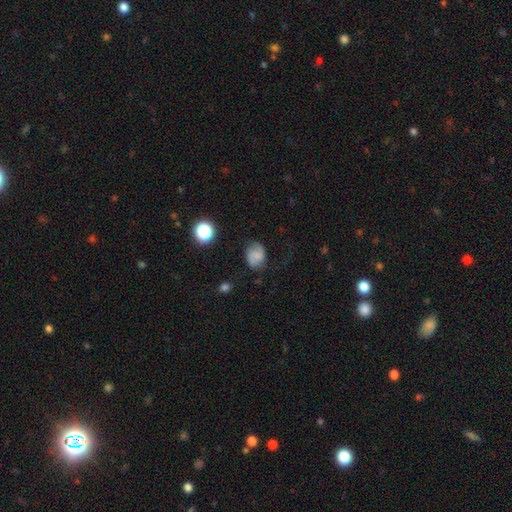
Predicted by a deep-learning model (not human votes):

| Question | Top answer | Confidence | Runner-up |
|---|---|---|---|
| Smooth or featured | smooth | 55% | featured or disk (34%) |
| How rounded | in between | 55% | round (44%) |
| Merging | none | 68% | minor disturbance (22%) |